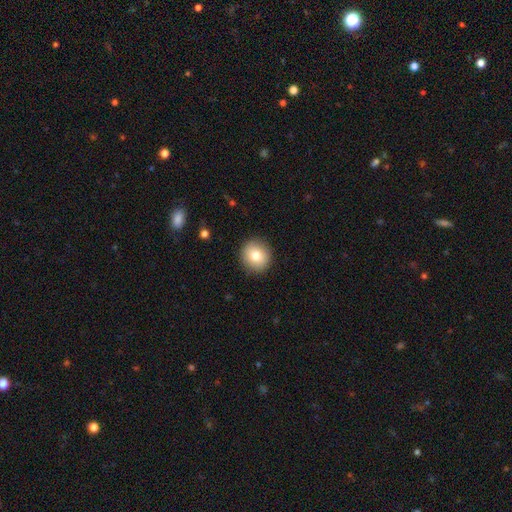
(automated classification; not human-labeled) smooth_or_featured: smooth (p=0.79) [alt: featured or disk p=0.12]
how_rounded: round (p=0.90) [alt: in between p=0.09]
merging: none (p=0.91) [alt: minor disturbance p=0.06]